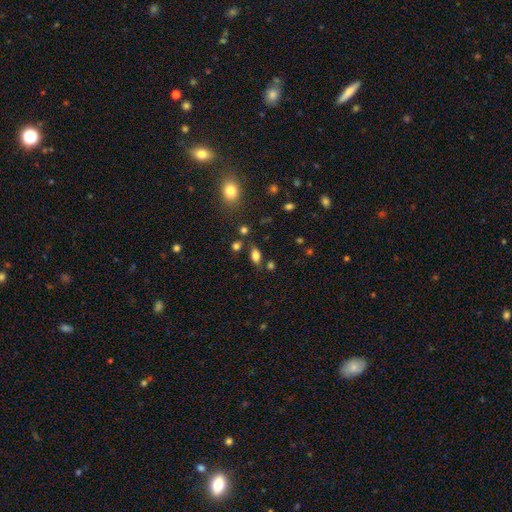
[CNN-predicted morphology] smooth_or_featured: smooth (p=0.78) [alt: star or artifact p=0.12]
how_rounded: in between (p=0.87) [alt: round p=0.08]
merging: none (p=0.76) [alt: minor disturbance p=0.13]